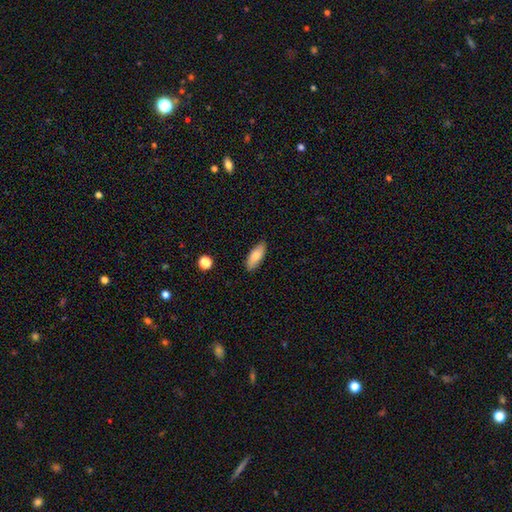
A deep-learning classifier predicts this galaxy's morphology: Smooth or featured?
  - smooth: 81% *
  - featured or disk: 12%
  - star or artifact: 7%
How rounded?
  - in between: 75% *
  - cigar-shaped: 23%
  - round: 2%
Merging?
  - none: 85% *
  - minor disturbance: 11%
  - major disturbance: 2%
  - merger: 1%